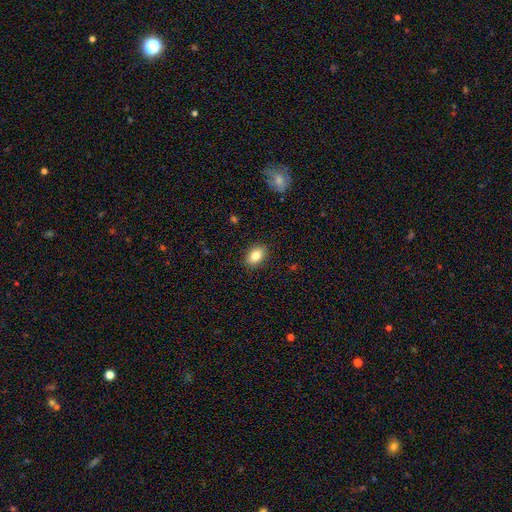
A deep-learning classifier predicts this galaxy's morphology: Overall: smooth (84%). How rounded: in between (84%). Merging: none (88%).